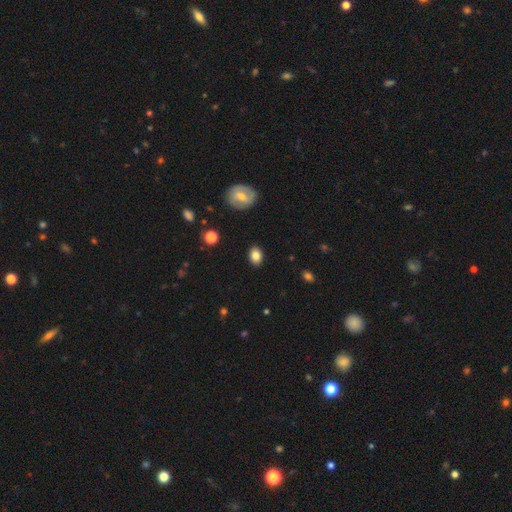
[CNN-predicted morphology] This appears to be a smooth galaxy with no disk features (83%) that is in between round and cigar-shaped (71%). Merging: none (88%).